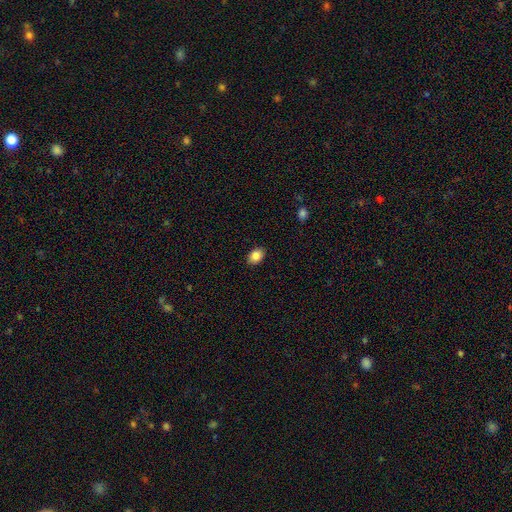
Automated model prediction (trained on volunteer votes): smooth 86%, star or artifact 8%, featured or disk 6%. Down the decision tree: how rounded — in between (76%); merging — none (89%).